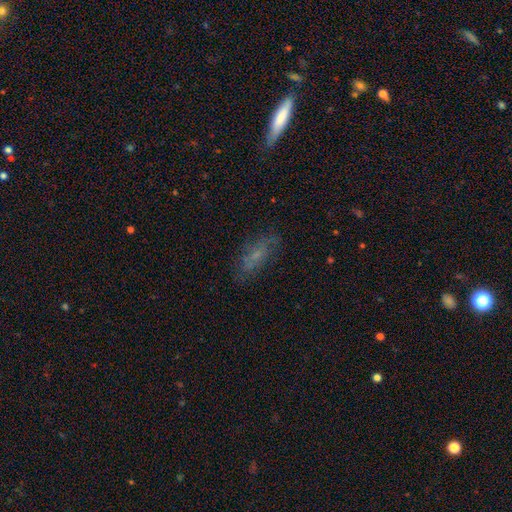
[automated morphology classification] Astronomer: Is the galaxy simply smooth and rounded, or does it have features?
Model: smooth — 47% (runner-up: featured or disk, 39%).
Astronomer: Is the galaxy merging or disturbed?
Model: none — 70%.